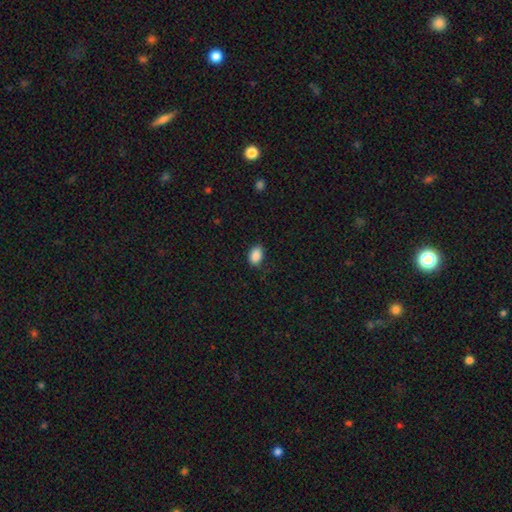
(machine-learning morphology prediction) Smooth or featured? Predicted: smooth (p=0.88). How rounded? Predicted: in between (p=0.85). Merging? Predicted: none (p=0.78).